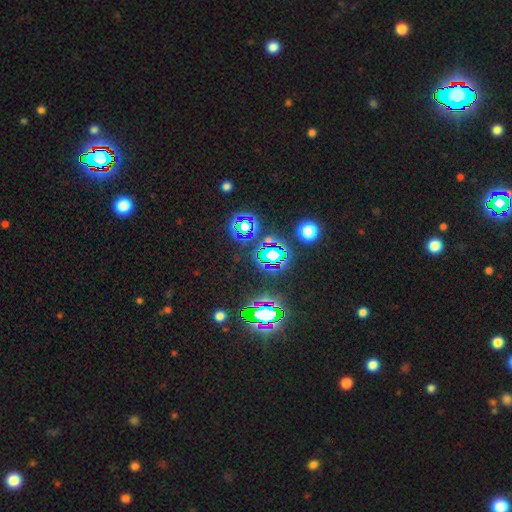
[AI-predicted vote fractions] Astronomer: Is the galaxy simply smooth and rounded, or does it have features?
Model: star or artifact — 80%.